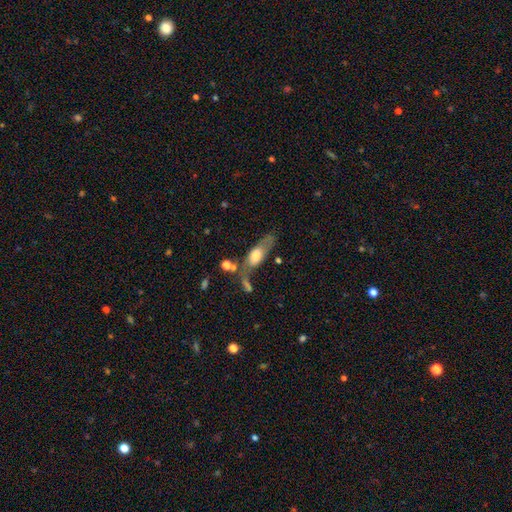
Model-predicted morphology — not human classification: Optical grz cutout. It shows a smooth galaxy with no disk features (52%) that is in between round and cigar-shaped (65%). Merging: none (43%).